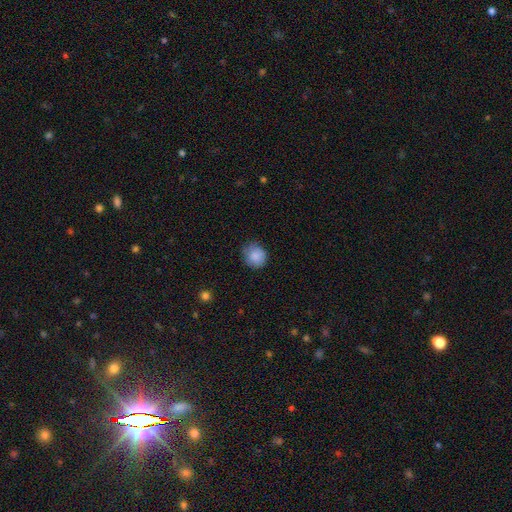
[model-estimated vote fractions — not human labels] The model was most divided on "merging": none: 76%, minor disturbance: 19%, major disturbance: 4%, merger: 1%. More confident: smooth or featured — smooth (86%); how rounded — round (83%).